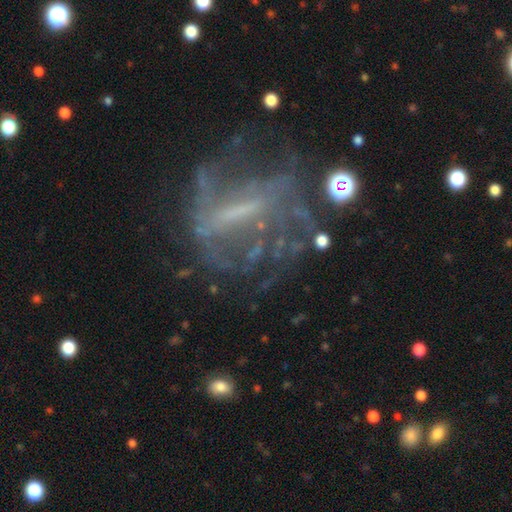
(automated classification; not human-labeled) Smooth or featured?
  - featured or disk: 70% *
  - star or artifact: 17%
  - smooth: 13%
Edge-on disk?
  - no: 91% *
  - yes: 9%
Bar?
  - strong: 46% *
  - weak: 30%
  - no: 24%
Spiral arms?
  - no: 50% * (tied)
  - yes: 50% * (tied)
Bulge size?
  - none: 49% *
  - small: 30%
  - moderate: 17%
  - large: 3%
  - dominant: 1%
Merging?
  - none: 49% *
  - major disturbance: 29%
  - minor disturbance: 17%
  - merger: 5%